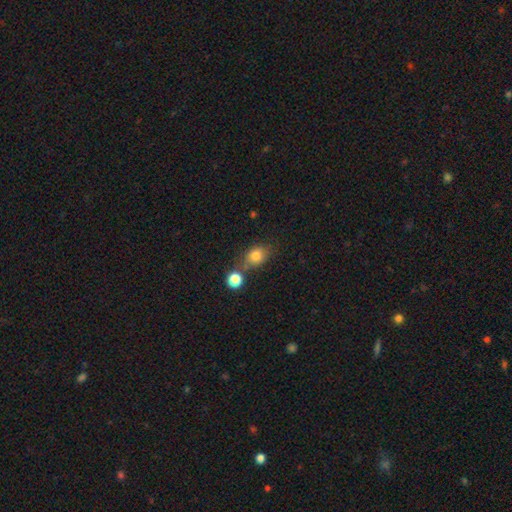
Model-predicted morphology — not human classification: Smooth or featured: smooth — 80% (star or artifact — 11%)
How rounded: in between — 53% (round — 45%)
Merging: none — 60% (merger — 18%)